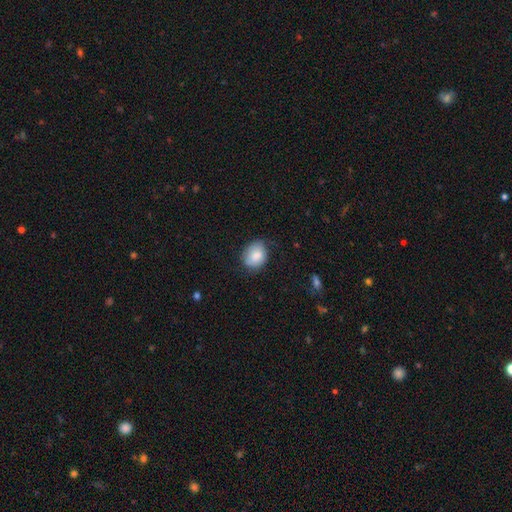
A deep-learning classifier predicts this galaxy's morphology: type=smooth (84%); roundness=in between (54%); merging=none (67%).